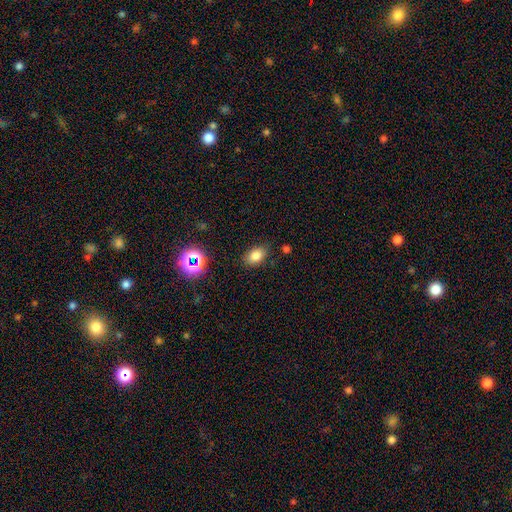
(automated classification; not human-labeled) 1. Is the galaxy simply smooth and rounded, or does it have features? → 78% smooth, 14% star or artifact, 8% featured or disk.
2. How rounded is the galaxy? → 80% in between, 18% round, 1% cigar-shaped.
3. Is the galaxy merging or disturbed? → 81% none, 13% minor disturbance, 4% major disturbance, 2% merger.